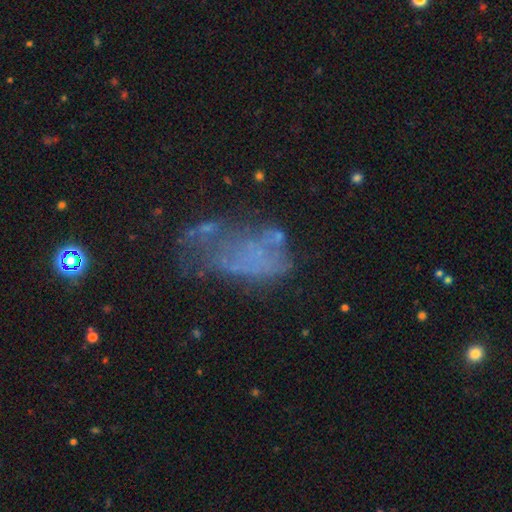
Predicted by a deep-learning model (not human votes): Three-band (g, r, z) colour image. It shows a featured or disk galaxy (47%). Merging: major disturbance (35%).